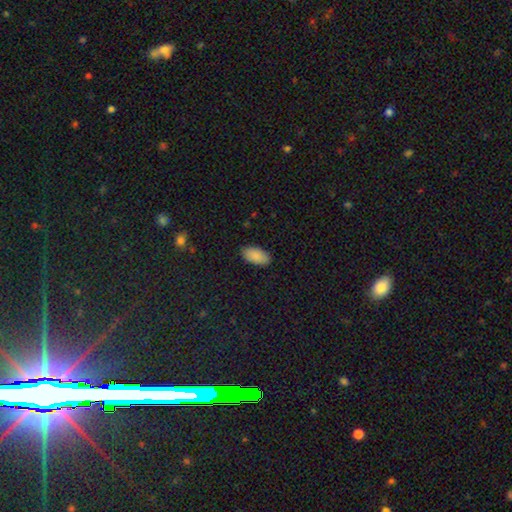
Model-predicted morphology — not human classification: smooth 89%, star or artifact 7%, featured or disk 4%. Down the decision tree: how rounded — in between (95%); merging — none (88%).